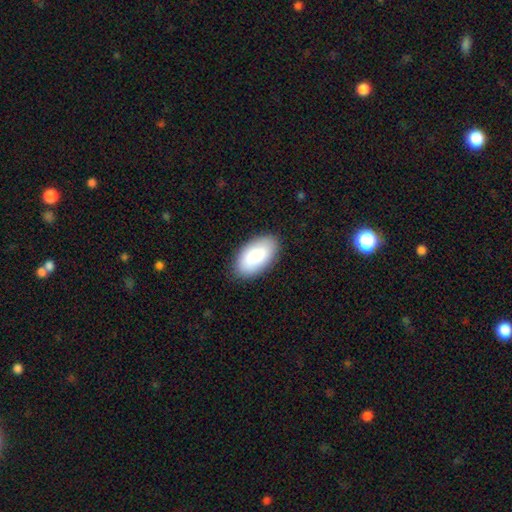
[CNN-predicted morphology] This is clearly a smooth galaxy (84%). How rounded: clearly in between (95%). Merging: clearly none (87%).